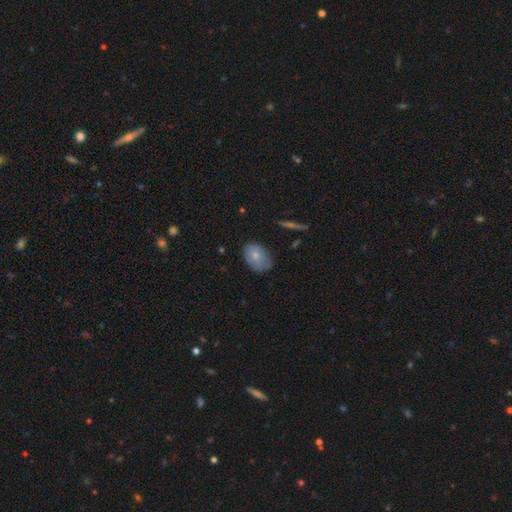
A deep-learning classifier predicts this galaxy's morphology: Q: Smooth or featured?
A: smooth (74%); runner-up: featured or disk (19%)
Q: How rounded?
A: in between (84%); runner-up: round (15%)
Q: Merging?
A: none (66%); runner-up: minor disturbance (27%)